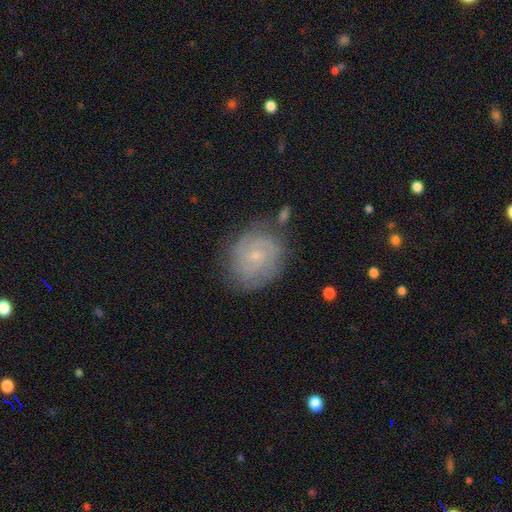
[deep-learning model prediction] This appears to be a featured or disk galaxy (73%) with no bar (62%), 2 (43%) tight (64%) spiral arms (93%) and a small central bulge (77%). Merging: none (74%).